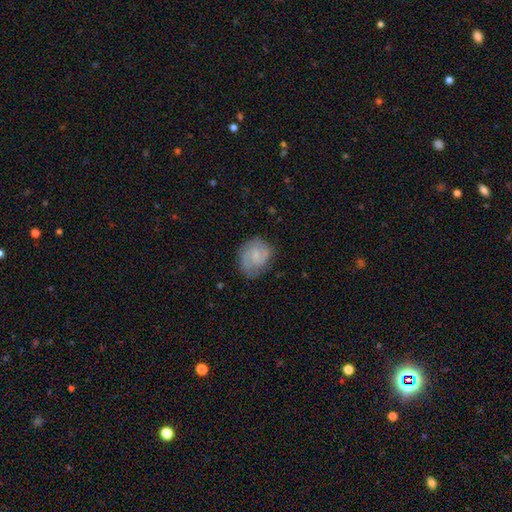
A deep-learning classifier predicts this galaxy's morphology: A featured or disk galaxy (73%) with no bar (51%), 2 (75%) tight (47%) spiral arms (94%) and a small central bulge (63%).

Vote fractions:
- Smooth or featured? featured or disk: 73% / smooth: 21% / star or artifact: 6%
- Edge-on disk? no: 98% / yes: 2%
- Bar? no: 51% / weak: 43% / strong: 6%
- Spiral arms? yes: 94% / no: 6%
- Spiral winding? tight: 47% / medium: 42% / loose: 11%
- Spiral arm count? 2: 75% / can't tell: 11% / 3: 6% / 1: 4% / 4: 2% / more than 4: 2%
- Bulge size? small: 63% / moderate: 20% / none: 14% / large: 1% / dominant: 1%
- Merging? none: 76% / minor disturbance: 17% / major disturbance: 5% / merger: 1%